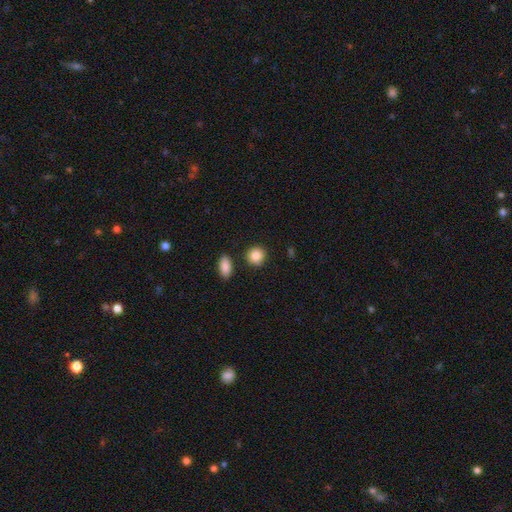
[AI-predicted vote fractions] smooth_or_featured: smooth (p=0.86) [alt: star or artifact p=0.08]
how_rounded: round (p=0.85) [alt: in between p=0.14]
merging: none (p=0.86) [alt: minor disturbance p=0.08]